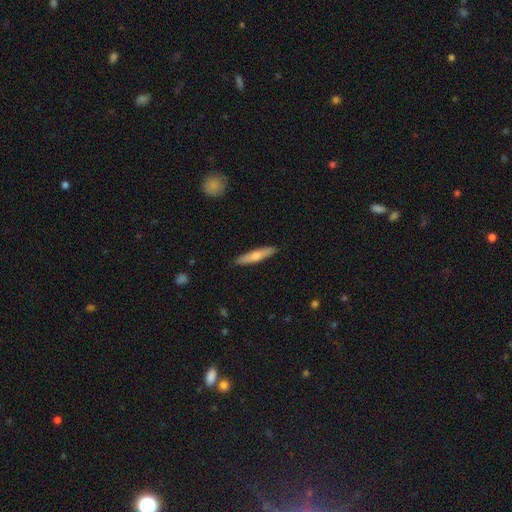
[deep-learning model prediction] The model was most divided on "smooth or featured": smooth: 63%, featured or disk: 32%, star or artifact: 5%. More confident: merging — none (90%); how rounded — cigar-shaped (87%).